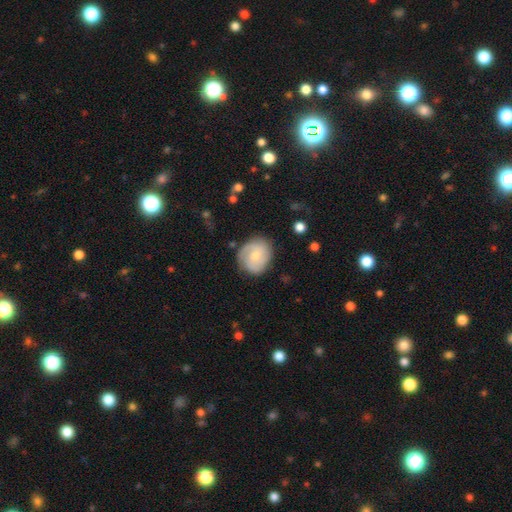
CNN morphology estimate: featured or disk 53%, smooth 40%, star or artifact 6%. Down the decision tree: edge-on disk — no (97%); bar — no (66%); spiral arms — yes (85%); bulge size — moderate (51%); merging — none (77%).